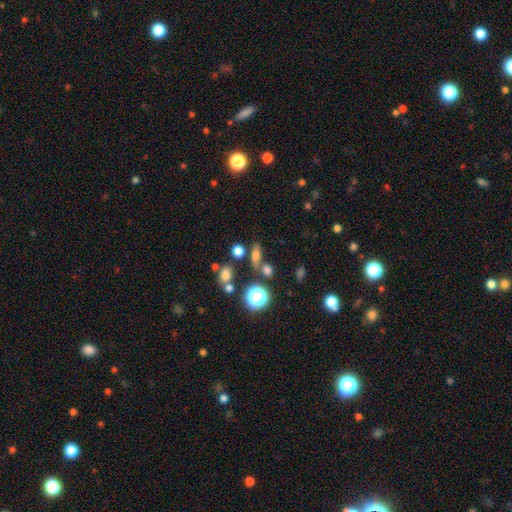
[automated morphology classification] Smooth or featured? smooth (61%)
How rounded? in between (48%)
Merging? none (69%)